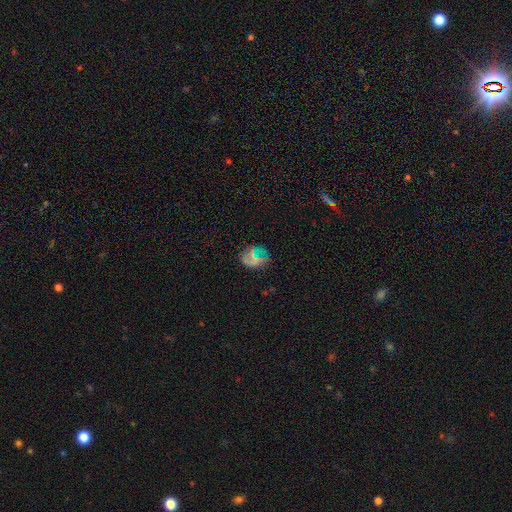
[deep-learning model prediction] A smooth galaxy with no disk features (41%).

Vote fractions:
- Smooth or featured? smooth: 41% / featured or disk: 39% / star or artifact: 20%
- Merging? none: 58% / minor disturbance: 22% / major disturbance: 15% / merger: 5%